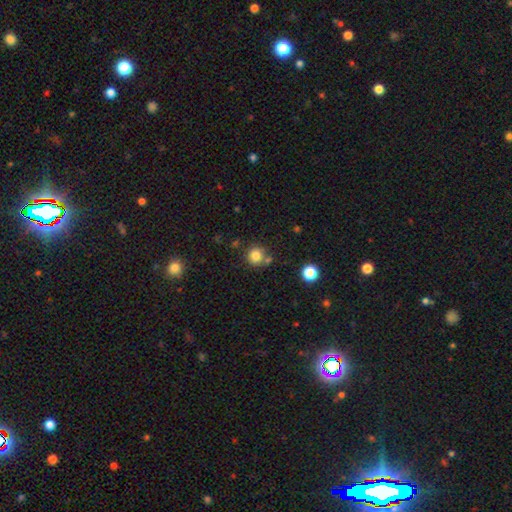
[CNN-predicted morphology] The model was most divided on "merging": none: 72%, merger: 14%, minor disturbance: 10%, major disturbance: 3%. More confident: how rounded — round (89%); smooth or featured — smooth (82%).